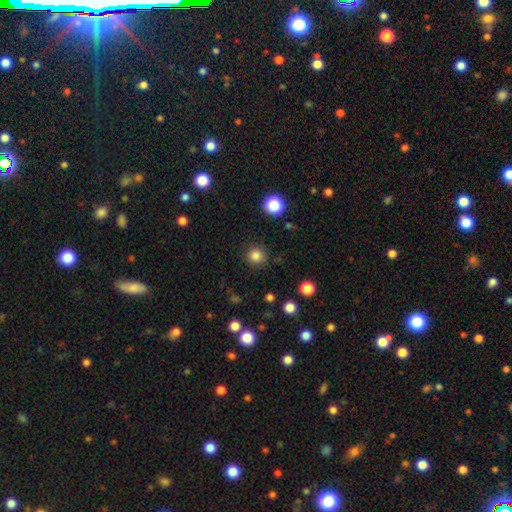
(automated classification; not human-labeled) Q: Smooth or featured?
A: smooth (83%); runner-up: star or artifact (13%)
Q: How rounded?
A: round (93%); runner-up: in between (6%)
Q: Merging?
A: none (88%); runner-up: minor disturbance (8%)